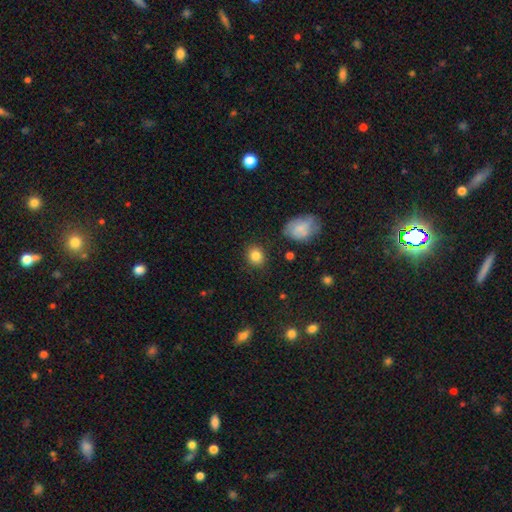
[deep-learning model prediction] smooth-or-featured: smooth: 85% | star or artifact: 10% | featured or disk: 6%
  how-rounded: round: 71% | in between: 28% | cigar-shaped: 1%
  merging: none: 86% | minor disturbance: 10% | major disturbance: 3% | merger: 2%